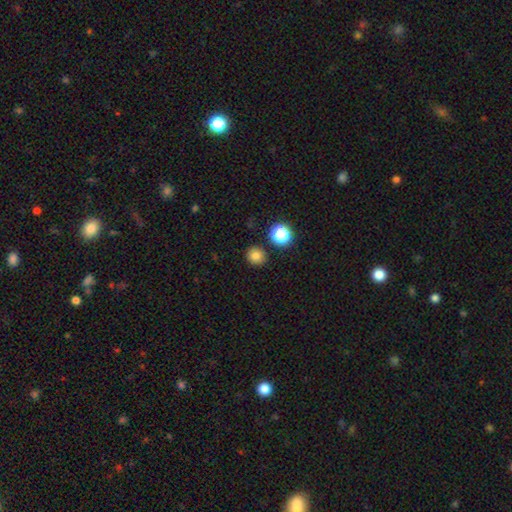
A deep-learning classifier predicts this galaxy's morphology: type=smooth (79%); roundness=round (90%); merging=none (88%).